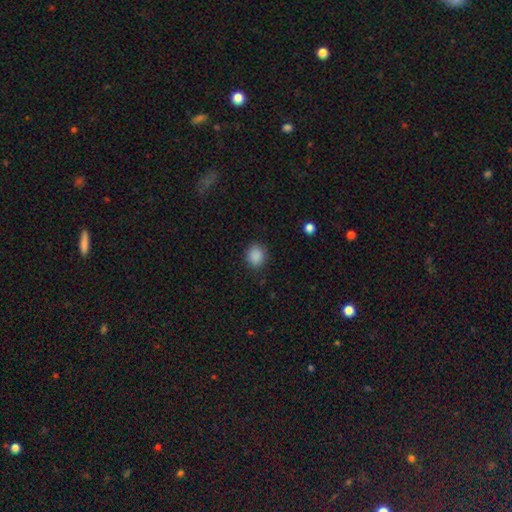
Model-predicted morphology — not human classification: The model was most divided on "how rounded": round: 73%, in between: 26%, cigar-shaped: 1%. More confident: smooth or featured — smooth (88%); merging — none (87%).